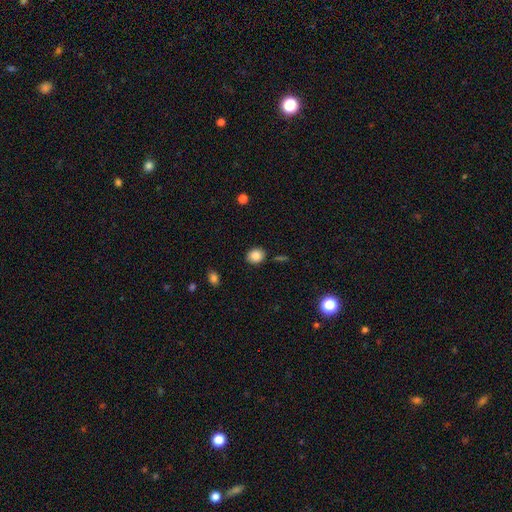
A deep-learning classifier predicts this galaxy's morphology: This appears to be a smooth galaxy with no disk features (86%) that is round (59%). Merging: none (86%).